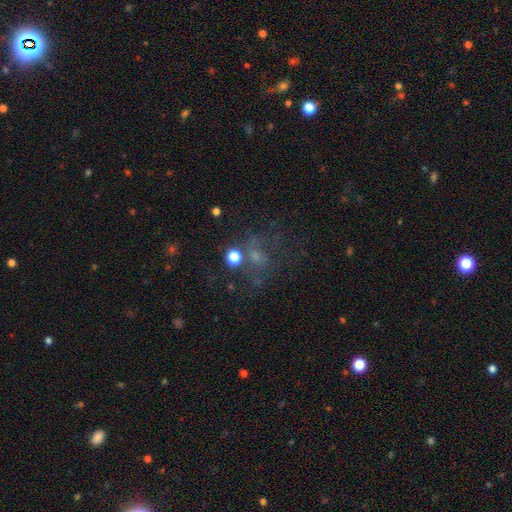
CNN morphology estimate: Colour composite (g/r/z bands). It shows a smooth galaxy with no disk features (37%). Merging: none (50%).